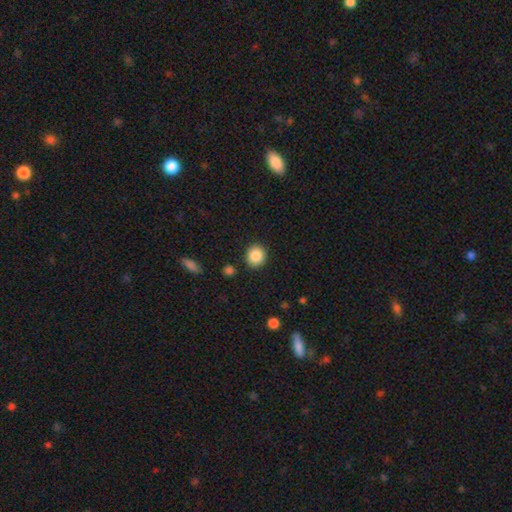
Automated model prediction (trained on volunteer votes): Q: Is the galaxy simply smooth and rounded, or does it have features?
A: smooth — 87%.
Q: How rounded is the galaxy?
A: round — 83%.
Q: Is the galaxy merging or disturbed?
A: none — 89%.